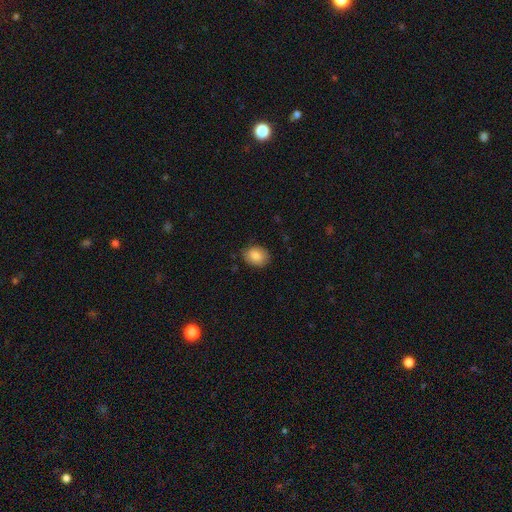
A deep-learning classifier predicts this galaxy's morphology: smooth-or-featured: smooth: 86% | star or artifact: 8% | featured or disk: 7%
  how-rounded: in between: 64% | round: 35% | cigar-shaped: 1%
  merging: none: 80% | minor disturbance: 16% | major disturbance: 3% | merger: 1%